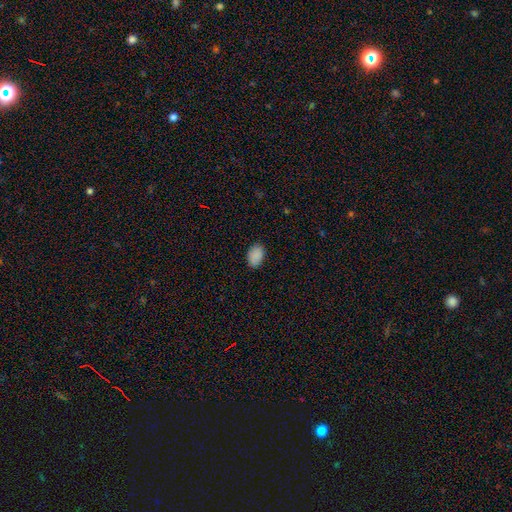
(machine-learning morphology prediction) Smooth or featured? smooth (89%)
How rounded? in between (88%)
Merging? none (86%)